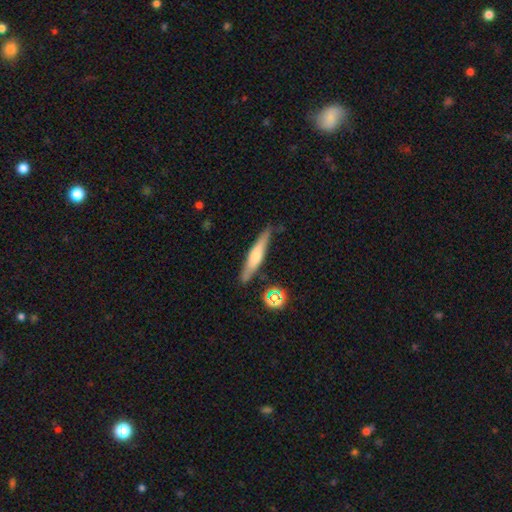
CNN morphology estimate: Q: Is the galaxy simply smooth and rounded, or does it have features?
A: smooth — 50%.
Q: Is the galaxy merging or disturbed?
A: none — 80%.